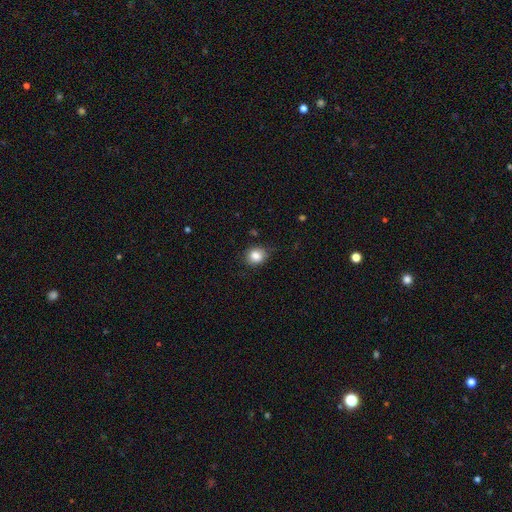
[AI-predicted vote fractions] Q: Smooth or featured?
A: smooth (85%); runner-up: star or artifact (10%)
Q: How rounded?
A: round (71%); runner-up: in between (28%)
Q: Merging?
A: none (82%); runner-up: minor disturbance (14%)